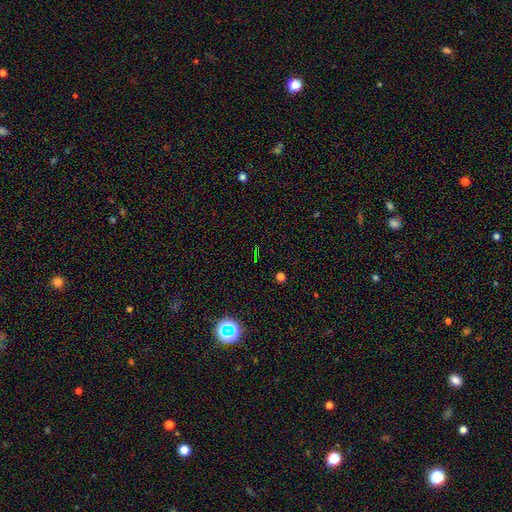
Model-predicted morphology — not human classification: star or artifact 72%, smooth 18%, featured or disk 10%.